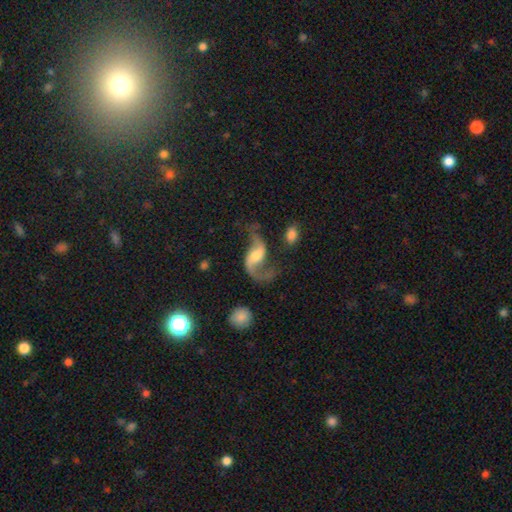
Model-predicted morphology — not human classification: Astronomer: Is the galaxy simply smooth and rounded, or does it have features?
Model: featured or disk — 87%.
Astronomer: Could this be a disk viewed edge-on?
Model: no — 97%.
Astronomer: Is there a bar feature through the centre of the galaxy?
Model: weak — 44% (runner-up: no, 36%).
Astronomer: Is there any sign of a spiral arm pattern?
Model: yes — 96%.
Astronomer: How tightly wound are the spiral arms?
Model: loose — 86%.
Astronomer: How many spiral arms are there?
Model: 2 — 87%.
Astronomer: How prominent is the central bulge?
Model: moderate — 51% (runner-up: small, 31%).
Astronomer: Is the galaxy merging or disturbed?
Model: none — 55%.